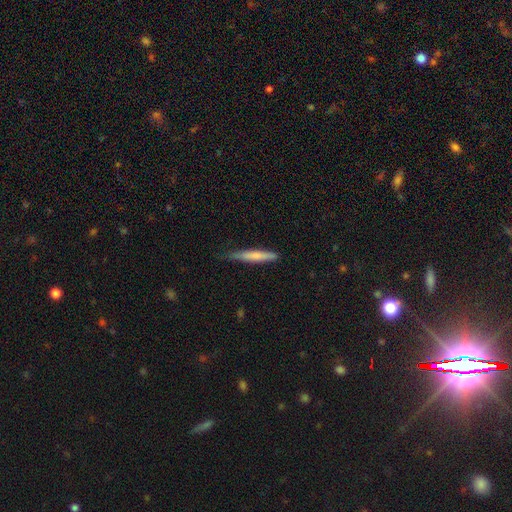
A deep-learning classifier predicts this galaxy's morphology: This is likely a smooth galaxy (68%). How rounded: clearly cigar-shaped (94%). Merging: likely none (73%).